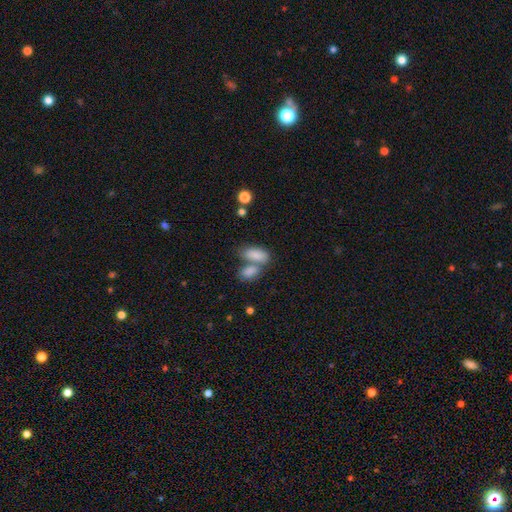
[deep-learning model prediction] smooth_or_featured: smooth (p=0.85) [alt: featured or disk p=0.08]
how_rounded: in between (p=0.90) [alt: cigar-shaped p=0.06]
merging: merger (p=0.56) [alt: none p=0.31]